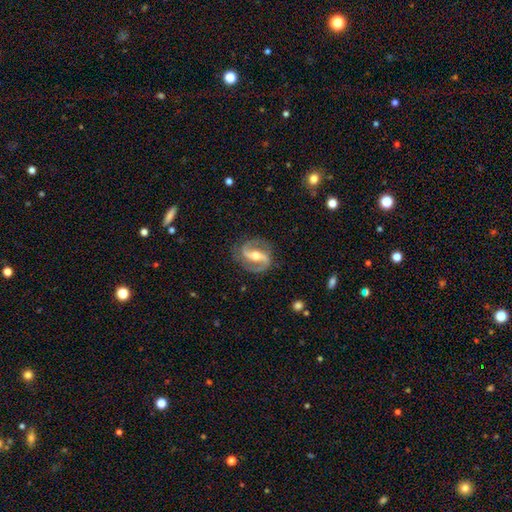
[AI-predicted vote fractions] smooth_or_featured: featured or disk (p=0.91) [alt: smooth p=0.05]
disk_edge_on: no (p=0.97) [alt: yes p=0.03]
bar: strong (p=0.57) [alt: weak p=0.28]
has_spiral_arms: yes (p=0.97) [alt: no p=0.03]
spiral_winding: medium (p=0.53) [alt: loose p=0.28]
spiral_arm_count: 2 (p=0.93) [alt: 1 p=0.02]
bulge_size: moderate (p=0.66) [alt: small p=0.27]
merging: none (p=0.84) [alt: minor disturbance p=0.11]